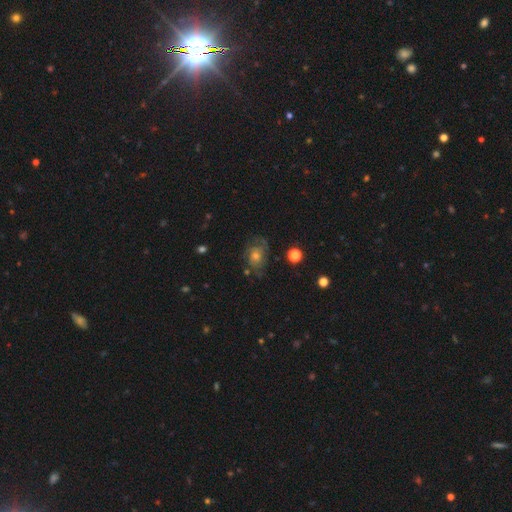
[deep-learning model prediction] Q: Smooth or featured?
A: featured or disk (60%); runner-up: smooth (24%)
Q: Edge-on disk?
A: no (96%); runner-up: yes (4%)
Q: Bar?
A: no (78%); runner-up: weak (19%)
Q: Spiral arms?
A: yes (84%); runner-up: no (16%)
Q: Bulge size?
A: moderate (52%); runner-up: small (38%)
Q: Merging?
A: none (68%); runner-up: minor disturbance (19%)